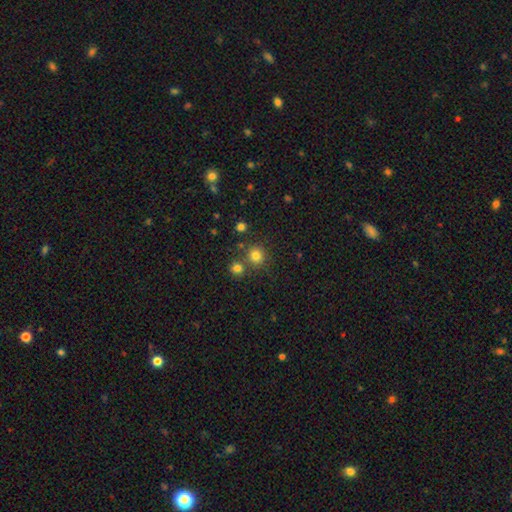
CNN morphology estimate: Smooth or featured: smooth — 79% (star or artifact — 15%)
How rounded: round — 91% (in between — 8%)
Merging: none — 73% (merger — 16%)